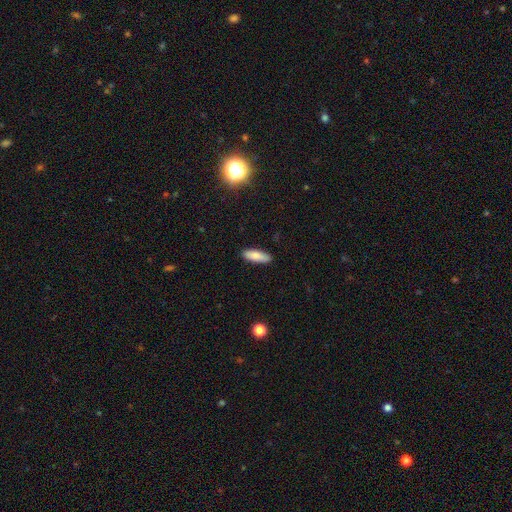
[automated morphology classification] Overall: smooth (82%). How rounded: in between (60%; cigar-shaped 38%). Merging: none (89%).